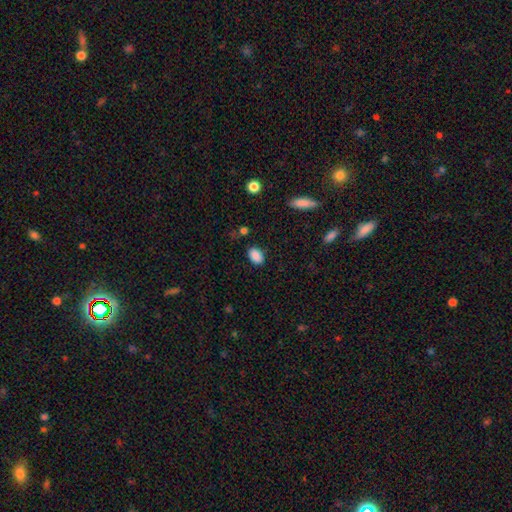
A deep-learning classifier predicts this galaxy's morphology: Smooth or featured? smooth (88%)
How rounded? in between (87%)
Merging? none (84%)